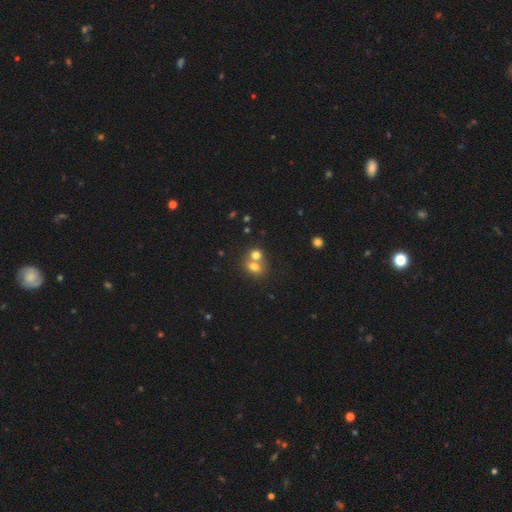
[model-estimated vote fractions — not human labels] Q: Smooth or featured?
A: smooth (73%); runner-up: featured or disk (14%)
Q: How rounded?
A: round (61%); runner-up: in between (38%)
Q: Merging?
A: merger (58%); runner-up: none (33%)